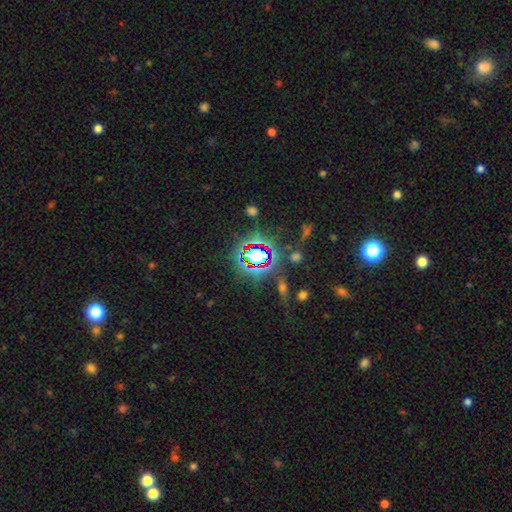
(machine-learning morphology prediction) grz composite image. It shows a star or artifact, not a galaxy (69%).